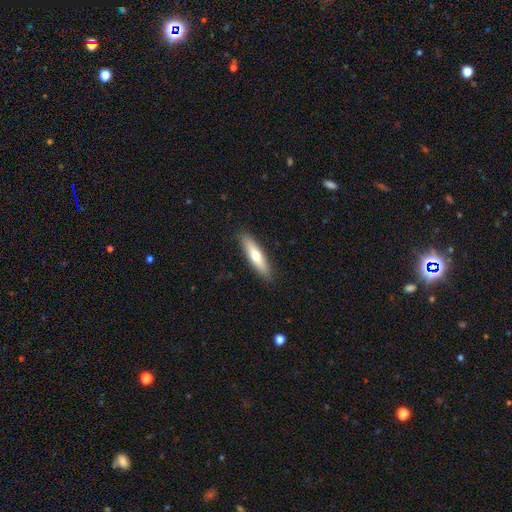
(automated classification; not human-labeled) Q: Smooth or featured?
A: smooth (65%); runner-up: featured or disk (30%)
Q: How rounded?
A: cigar-shaped (71%); runner-up: in between (27%)
Q: Merging?
A: none (89%); runner-up: minor disturbance (8%)